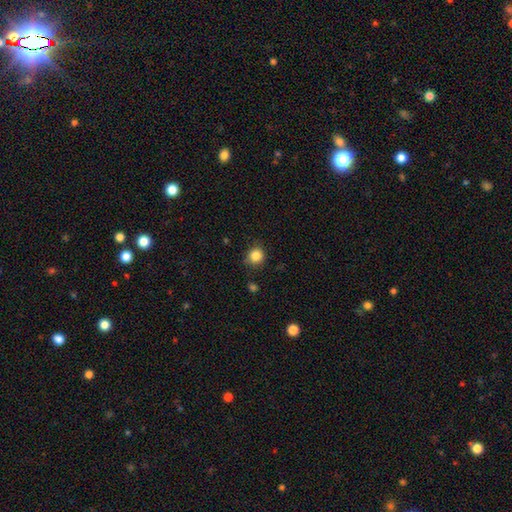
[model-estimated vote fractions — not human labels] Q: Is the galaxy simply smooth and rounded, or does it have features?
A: smooth — 85%.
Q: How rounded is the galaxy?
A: round — 86%.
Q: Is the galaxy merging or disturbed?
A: none — 81%.